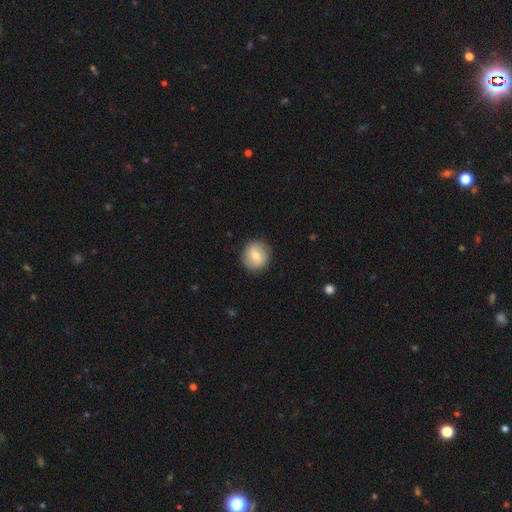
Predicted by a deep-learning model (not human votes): This appears to be a smooth galaxy with no disk features (67%) that is round (92%). Merging: none (89%).